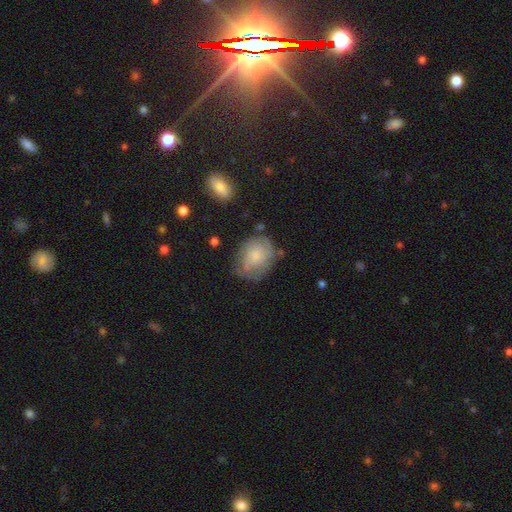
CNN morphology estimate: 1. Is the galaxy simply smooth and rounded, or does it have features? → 48% featured or disk, 44% smooth, 8% star or artifact.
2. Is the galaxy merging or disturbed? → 60% none, 26% minor disturbance, 11% major disturbance, 3% merger.